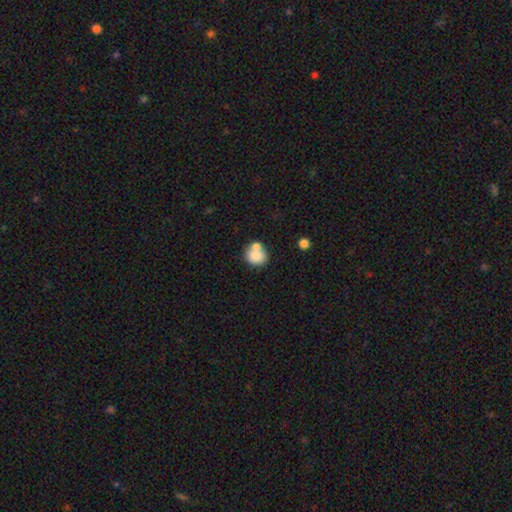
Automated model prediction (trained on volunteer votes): Smooth or featured? smooth (80%)
How rounded? round (72%)
Merging? none (46%)